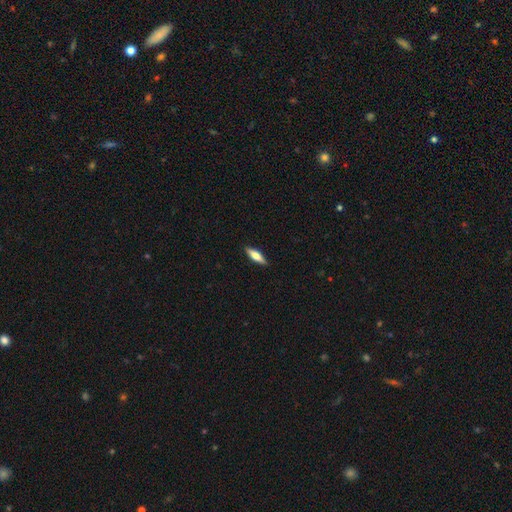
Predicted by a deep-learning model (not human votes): Overall: smooth (57%; featured or disk 37%). How rounded: cigar-shaped (59%; in between 39%). Merging: none (90%).